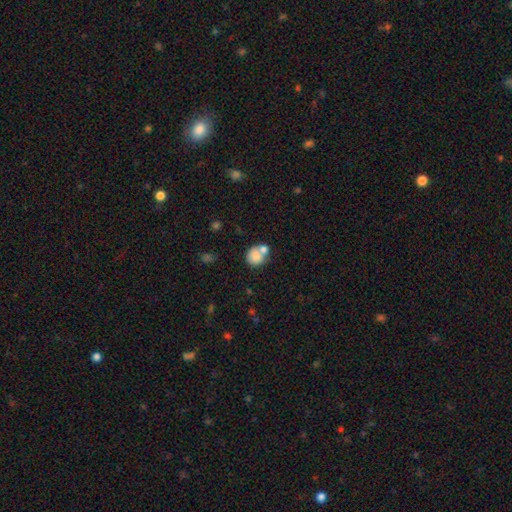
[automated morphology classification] Smooth or featured? smooth (81%)
How rounded? round (77%)
Merging? none (46%)